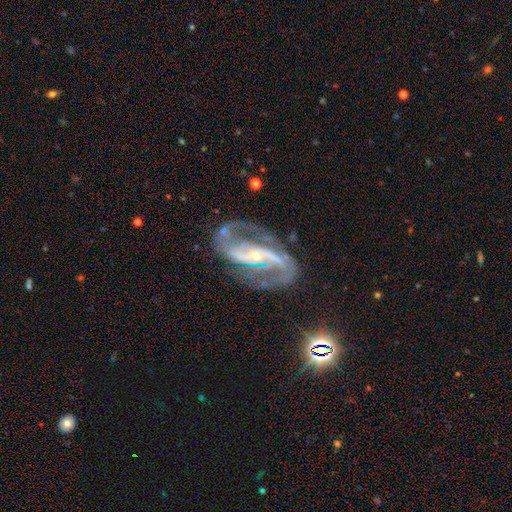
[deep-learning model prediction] smooth_or_featured: featured or disk (p=0.91) [alt: star or artifact p=0.06]
disk_edge_on: no (p=0.97) [alt: yes p=0.03]
bar: strong (p=0.40) [alt: no p=0.31]
has_spiral_arms: yes (p=0.98) [alt: no p=0.02]
spiral_winding: medium (p=0.53) [alt: loose p=0.32]
spiral_arm_count: 2 (p=0.92) [alt: 3 p=0.02]
bulge_size: small (p=0.75) [alt: moderate p=0.21]
merging: none (p=0.71) [alt: minor disturbance p=0.16]